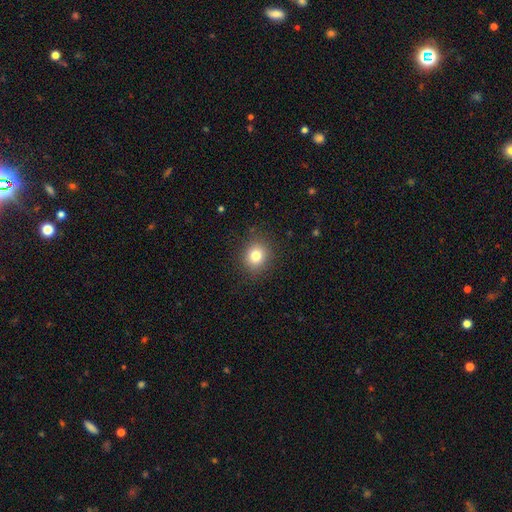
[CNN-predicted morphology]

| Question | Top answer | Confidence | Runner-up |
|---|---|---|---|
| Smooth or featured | smooth | 80% | star or artifact (12%) |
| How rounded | round | 78% | in between (21%) |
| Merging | none | 87% | minor disturbance (9%) |